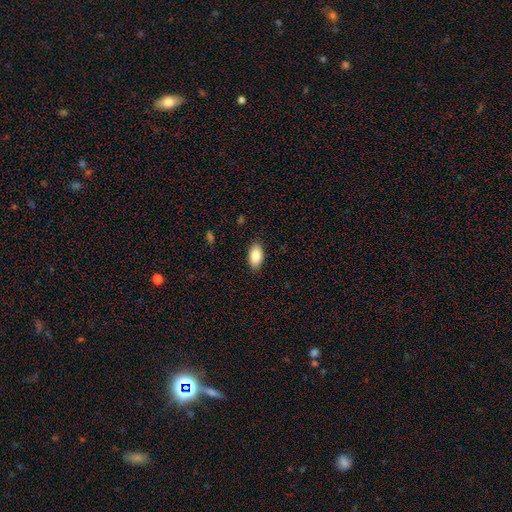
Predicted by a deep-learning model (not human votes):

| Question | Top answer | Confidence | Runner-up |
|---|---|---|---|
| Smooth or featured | smooth | 86% | featured or disk (8%) |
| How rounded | in between | 94% | round (4%) |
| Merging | none | 88% | minor disturbance (9%) |